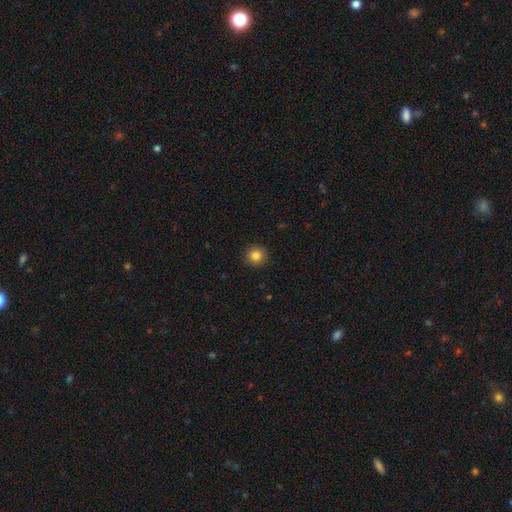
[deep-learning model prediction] Overall: smooth (84%). How rounded: round (94%). Merging: none (92%).